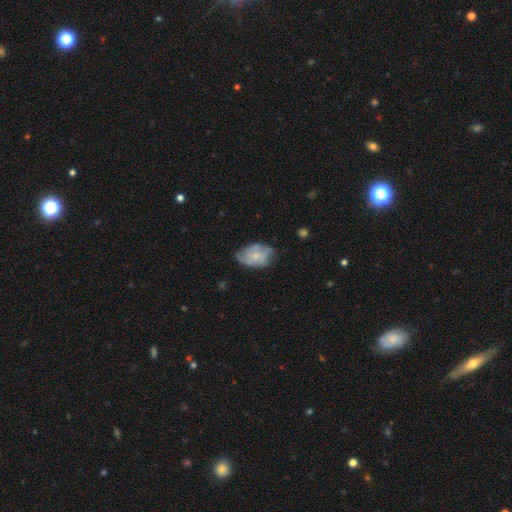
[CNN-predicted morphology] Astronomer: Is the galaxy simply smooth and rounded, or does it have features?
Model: featured or disk — 47% (runner-up: smooth, 46%).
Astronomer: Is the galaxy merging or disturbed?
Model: none — 52% (runner-up: minor disturbance, 35%).